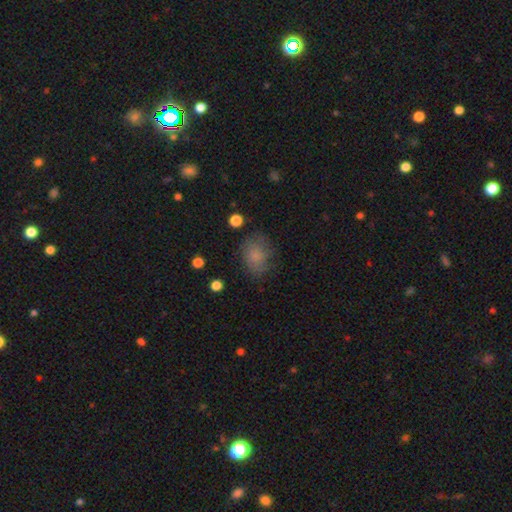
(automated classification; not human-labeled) Smooth or featured? smooth (79%)
How rounded? in between (59%)
Merging? none (70%)